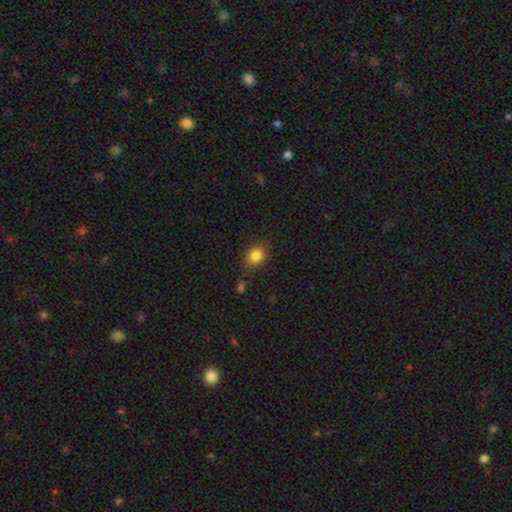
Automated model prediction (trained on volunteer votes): The model was most divided on "how rounded": round: 51%, in between: 48%, cigar-shaped: 1%. More confident: smooth or featured — smooth (84%); merging — none (79%).